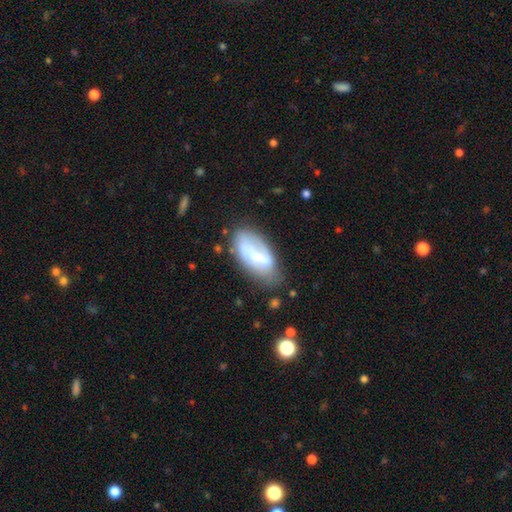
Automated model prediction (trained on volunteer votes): featured or disk 51%, smooth 42%, star or artifact 8%. Down the decision tree: edge-on disk — no (91%); merging — none (55%).